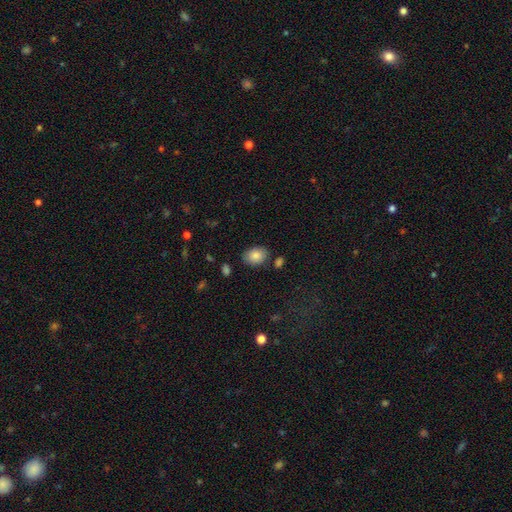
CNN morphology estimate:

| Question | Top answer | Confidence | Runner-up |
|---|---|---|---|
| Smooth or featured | smooth | 85% | star or artifact (8%) |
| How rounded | in between | 77% | round (22%) |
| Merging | none | 81% | minor disturbance (13%) |